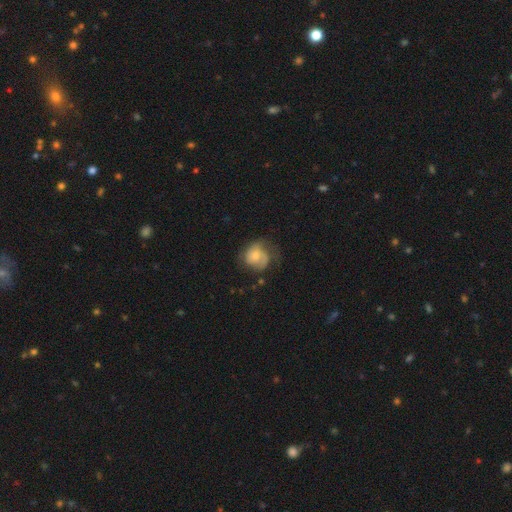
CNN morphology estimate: Smooth or featured?
  - featured or disk: 49% *
  - smooth: 43%
  - star or artifact: 8%
Merging?
  - none: 45% *
  - minor disturbance: 28%
  - major disturbance: 24%
  - merger: 2%